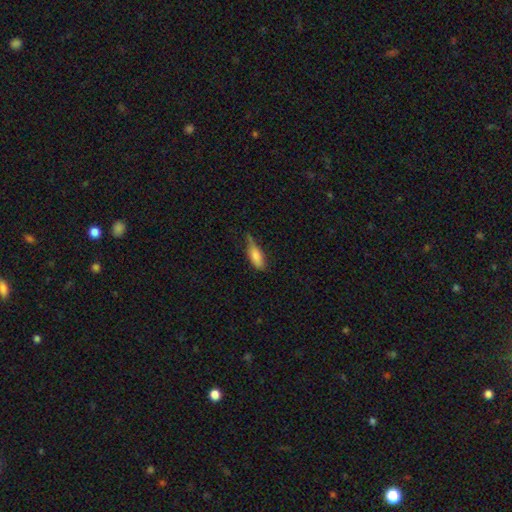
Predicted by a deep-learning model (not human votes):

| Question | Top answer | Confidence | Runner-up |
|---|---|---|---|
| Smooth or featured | smooth | 76% | featured or disk (17%) |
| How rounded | in between | 64% | cigar-shaped (34%) |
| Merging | none | 47% | minor disturbance (40%) |